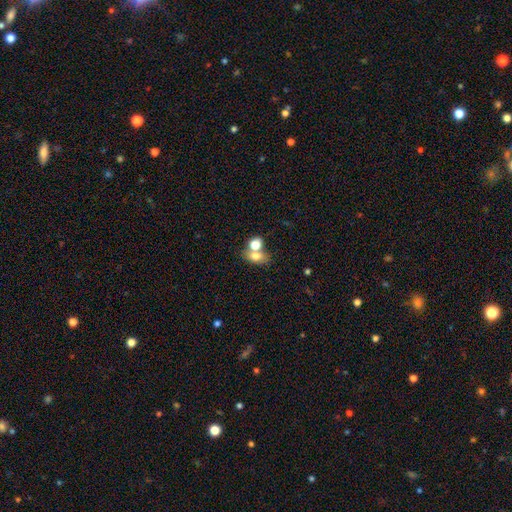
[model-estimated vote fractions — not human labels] smooth_or_featured: smooth (p=0.73) [alt: featured or disk p=0.16]
how_rounded: in between (p=0.66) [alt: round p=0.32]
merging: merger (p=0.50) [alt: none p=0.38]